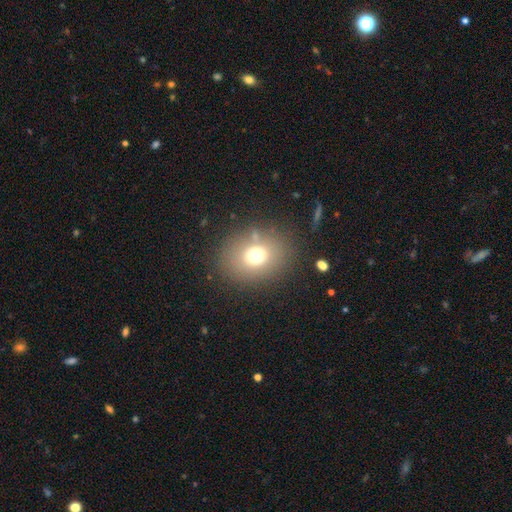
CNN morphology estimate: smooth-or-featured: smooth: 69% | star or artifact: 17% | featured or disk: 14%
  how-rounded: round: 58% | in between: 41% | cigar-shaped: 1%
  merging: none: 80% | minor disturbance: 10% | major disturbance: 6% | merger: 3%